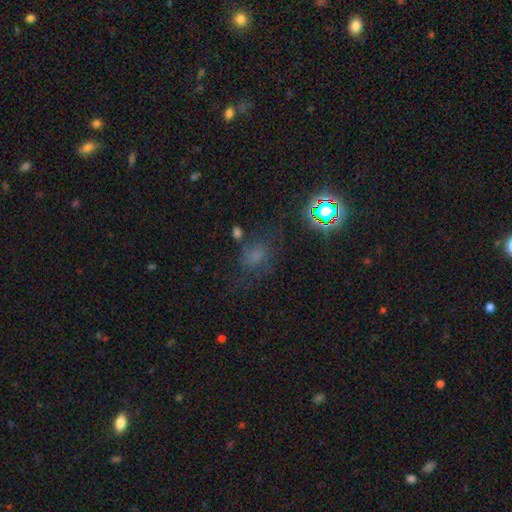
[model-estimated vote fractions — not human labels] Smooth or featured? smooth (51%)
How rounded? in between (52%)
Merging? none (56%)